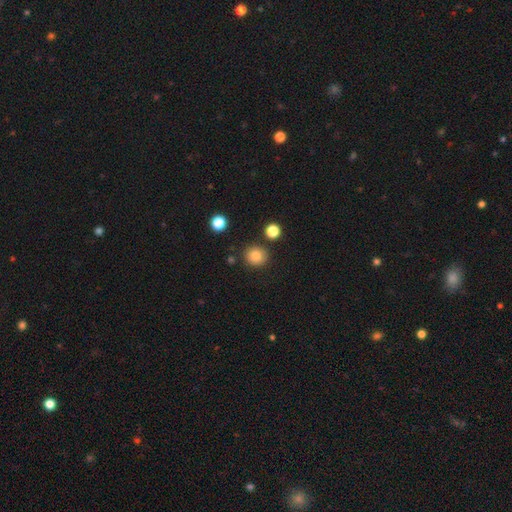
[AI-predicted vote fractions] Smooth or featured? Predicted: smooth (p=0.83). How rounded? Predicted: round (p=0.88). Merging? Predicted: none (p=0.86).